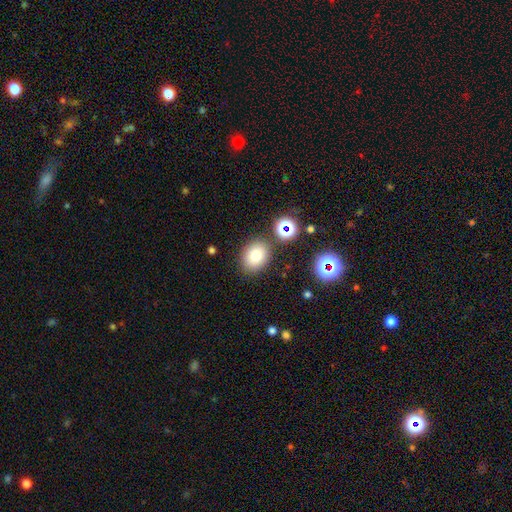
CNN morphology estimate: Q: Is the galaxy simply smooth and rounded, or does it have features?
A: smooth — 79%.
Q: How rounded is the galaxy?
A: in between — 62%.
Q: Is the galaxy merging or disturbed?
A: none — 81%.